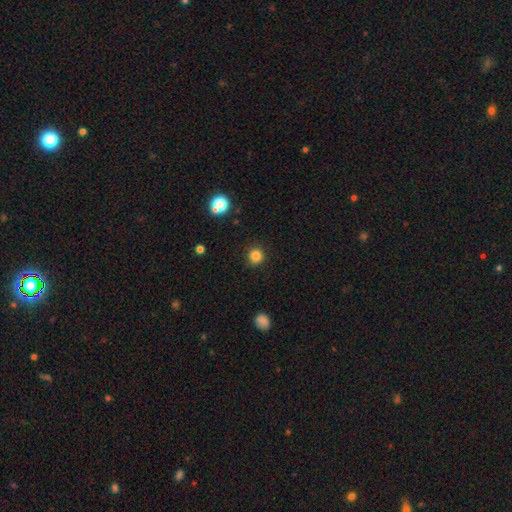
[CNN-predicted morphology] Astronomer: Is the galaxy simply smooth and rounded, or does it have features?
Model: smooth — 84%.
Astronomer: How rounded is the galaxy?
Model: round — 94%.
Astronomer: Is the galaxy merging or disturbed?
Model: none — 90%.